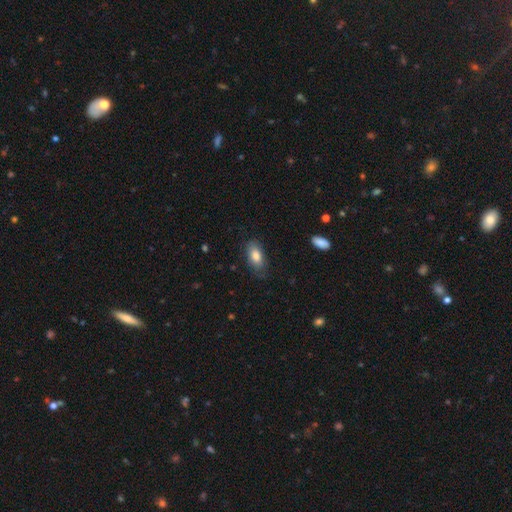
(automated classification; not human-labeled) Overall: smooth (83%). How rounded: in between (90%). Merging: none (75%).